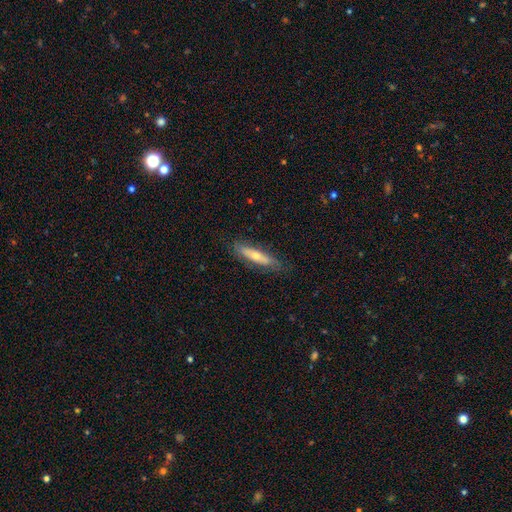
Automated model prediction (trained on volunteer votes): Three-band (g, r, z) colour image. It shows a smooth galaxy with no disk features (50%). Merging: none (78%).